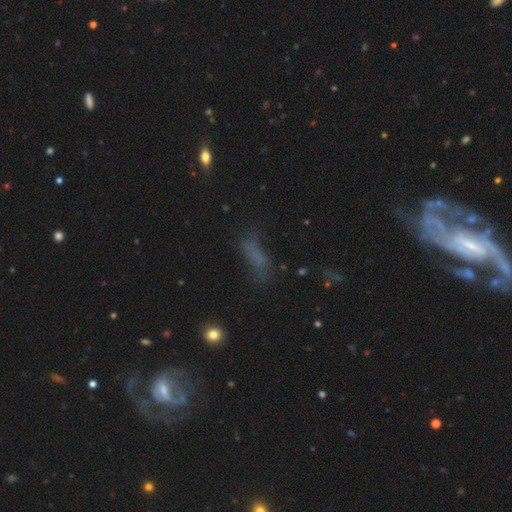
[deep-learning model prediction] smooth_or_featured: smooth (p=0.54) [alt: star or artifact p=0.24]
how_rounded: in between (p=0.47) [tied with: cigar-shaped p=0.47]
merging: none (p=0.50) [alt: minor disturbance p=0.23]